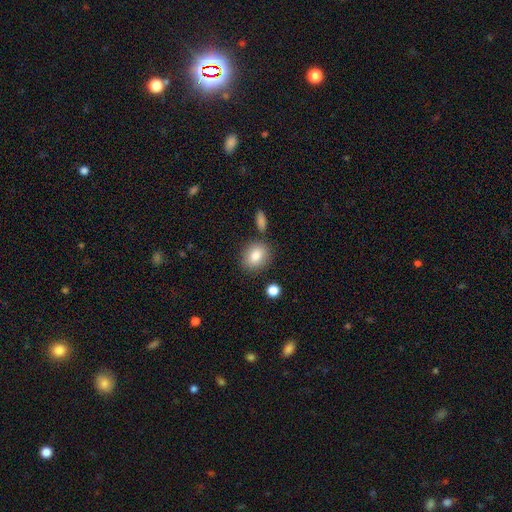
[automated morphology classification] A smooth galaxy with no disk features (83%) that is round (50%).

Vote fractions:
- Smooth or featured? smooth: 83% / featured or disk: 9% / star or artifact: 8%
- How rounded? round: 50% / in between: 49% / cigar-shaped: 2%
- Merging? none: 79% / minor disturbance: 11% / merger: 7% / major disturbance: 3%